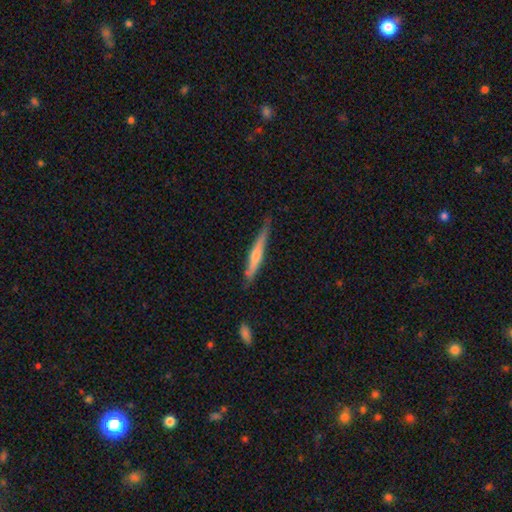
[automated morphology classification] Smooth or featured? featured or disk (60%)
Edge-on disk? yes (96%)
Edge-on bulge? rounded (70%)
Merging? none (79%)